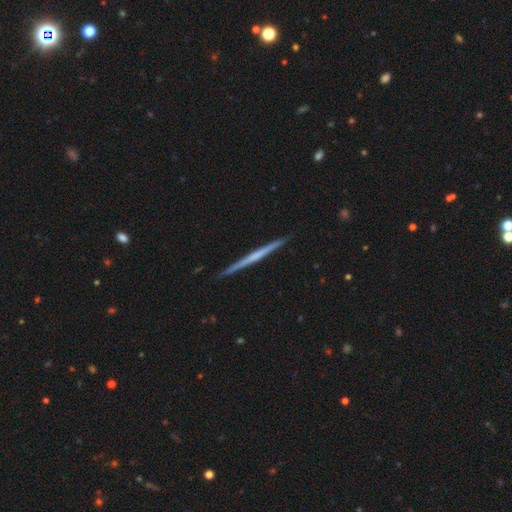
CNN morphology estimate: smooth-or-featured: featured or disk: 64% | smooth: 31% | star or artifact: 5%
  disk-edge-on: yes: 98% | no: 2%
    edge-on-bulge: none: 80% | rounded: 14% | boxy: 6%
  merging: none: 92% | minor disturbance: 6% | major disturbance: 1% | merger: 1%